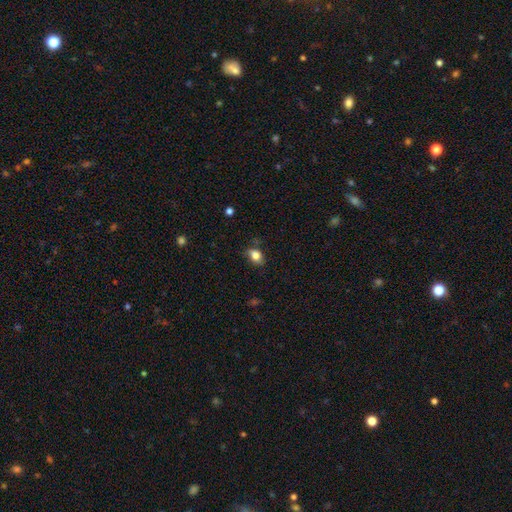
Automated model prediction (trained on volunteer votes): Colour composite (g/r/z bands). It shows a smooth galaxy with no disk features (83%) that is in between round and cigar-shaped (73%). Merging: none (71%).